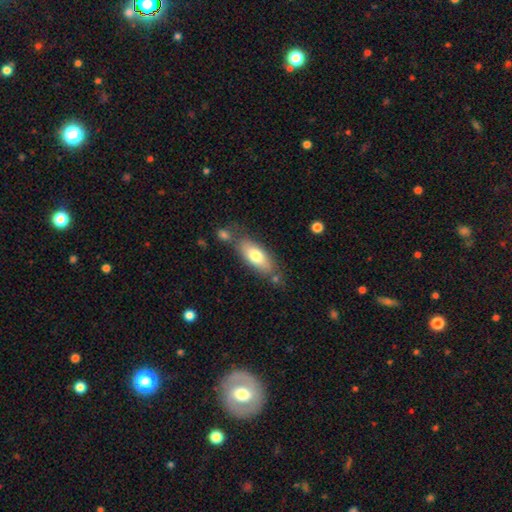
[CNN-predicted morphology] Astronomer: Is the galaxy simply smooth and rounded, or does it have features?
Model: smooth — 71%.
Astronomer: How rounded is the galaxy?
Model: in between — 74%.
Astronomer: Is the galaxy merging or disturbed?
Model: none — 65%.